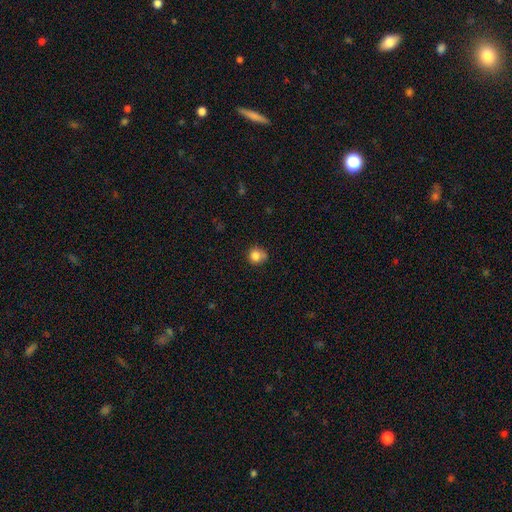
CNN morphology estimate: smooth_or_featured: smooth (p=0.83) [alt: star or artifact p=0.10]
how_rounded: round (p=0.83) [alt: in between p=0.16]
merging: none (p=0.59) [alt: minor disturbance p=0.30]